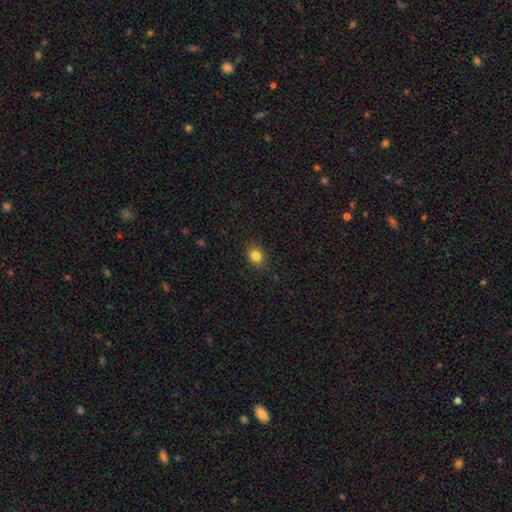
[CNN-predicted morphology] Smooth or featured? Predicted: smooth (p=0.83). How rounded? Predicted: round (p=0.65). Merging? Predicted: none (p=0.88).